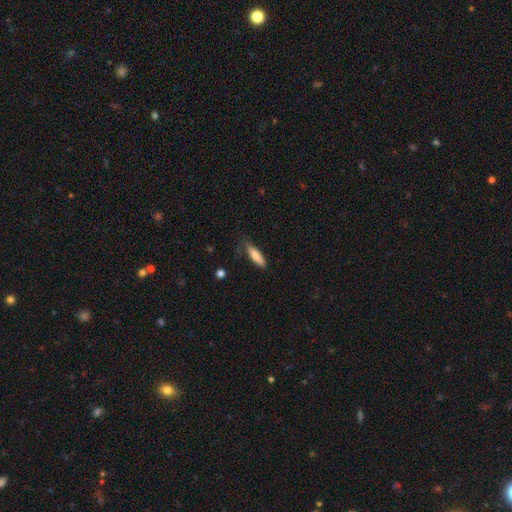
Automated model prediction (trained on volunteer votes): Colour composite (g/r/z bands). It shows a smooth galaxy with no disk features (79%) that is cigar-shaped (65%). Merging: none (64%).